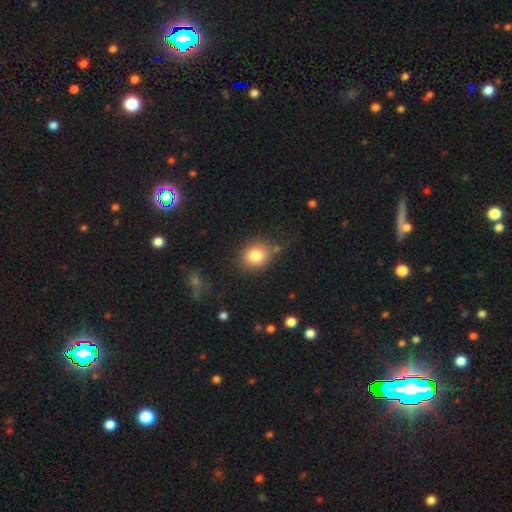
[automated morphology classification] The model was most divided on "how rounded": round: 59%, in between: 40%, cigar-shaped: 1%. More confident: smooth or featured — smooth (82%); merging — none (74%).